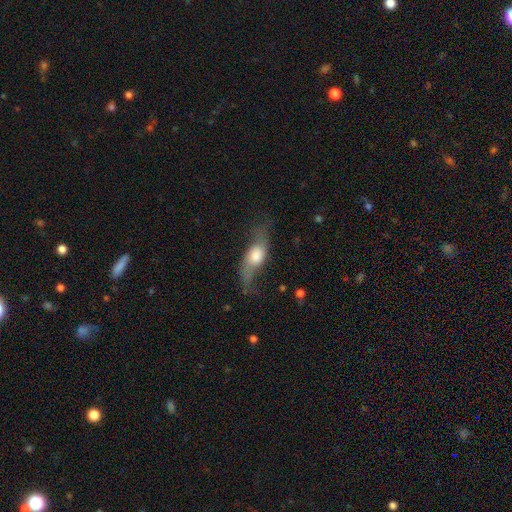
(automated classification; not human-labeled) smooth-or-featured: featured or disk: 56% | smooth: 37% | star or artifact: 8%
  disk-edge-on: no: 73% | yes: 27%
  merging: none: 51% | minor disturbance: 25% | major disturbance: 21% | merger: 3%